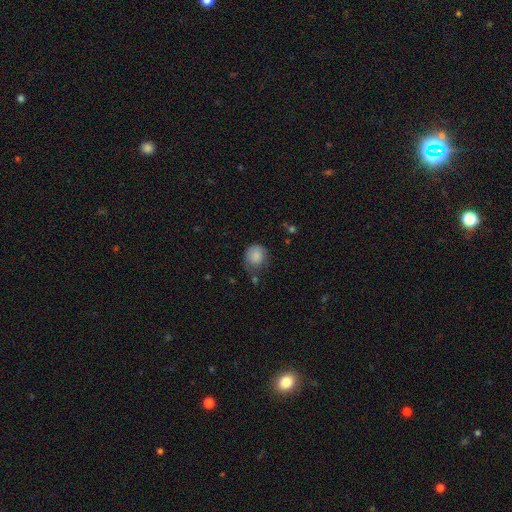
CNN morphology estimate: Smooth or featured? Predicted: smooth (p=0.85). How rounded? Predicted: round (p=0.80). Merging? Predicted: none (p=0.58).